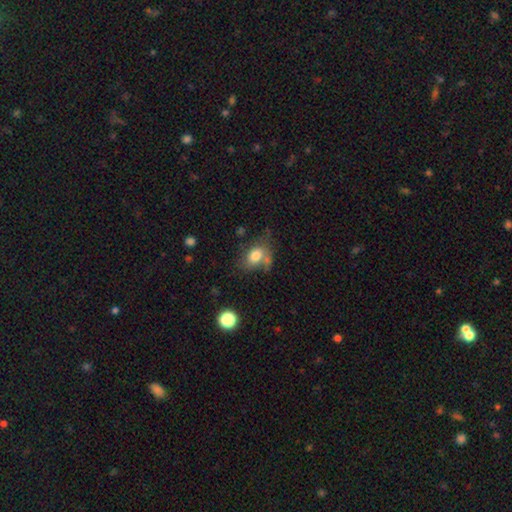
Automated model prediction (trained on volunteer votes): smooth 77%, featured or disk 14%, star or artifact 9%. Down the decision tree: how rounded — in between (73%); merging — none (47%).